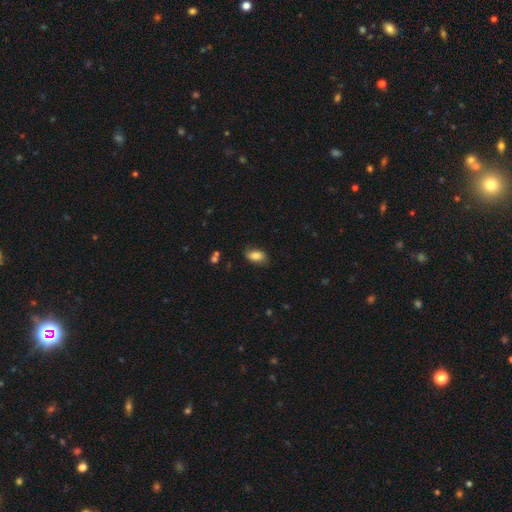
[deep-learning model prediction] A smooth galaxy with no disk features (81%) that is in between round and cigar-shaped (91%).

Vote fractions:
- Smooth or featured? smooth: 81% / featured or disk: 11% / star or artifact: 8%
- How rounded? in between: 91% / round: 6% / cigar-shaped: 3%
- Merging? none: 80% / minor disturbance: 15% / major disturbance: 3% / merger: 1%